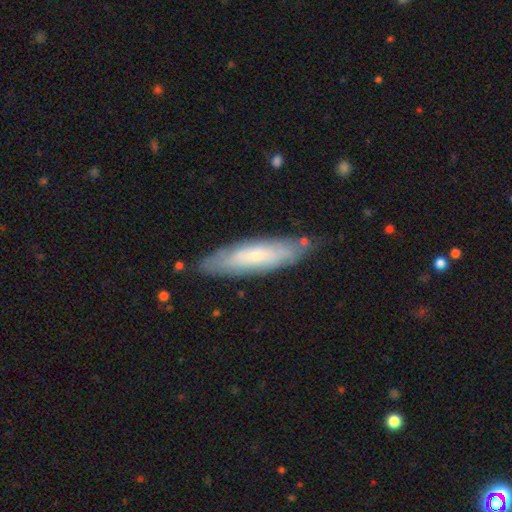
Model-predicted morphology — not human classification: Smooth or featured: smooth — 50% (featured or disk — 44%)
How rounded: cigar-shaped — 64% (in between — 35%)
Merging: none — 78% (minor disturbance — 17%)